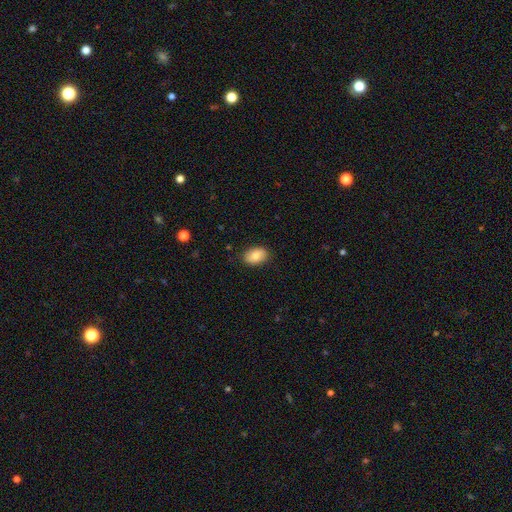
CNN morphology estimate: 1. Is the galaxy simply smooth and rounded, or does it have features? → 82% smooth, 11% featured or disk, 7% star or artifact.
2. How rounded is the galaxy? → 88% in between, 11% round, 1% cigar-shaped.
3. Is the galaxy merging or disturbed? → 86% none, 11% minor disturbance, 2% major disturbance, 1% merger.